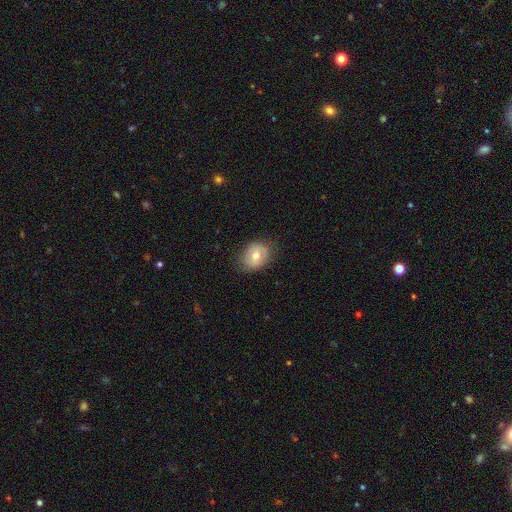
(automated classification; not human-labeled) Smooth or featured?
  - smooth: 66% *
  - featured or disk: 25%
  - star or artifact: 8%
How rounded?
  - in between: 58% *
  - round: 41%
  - cigar-shaped: 1%
Merging?
  - none: 76% *
  - minor disturbance: 18%
  - major disturbance: 5%
  - merger: 1%